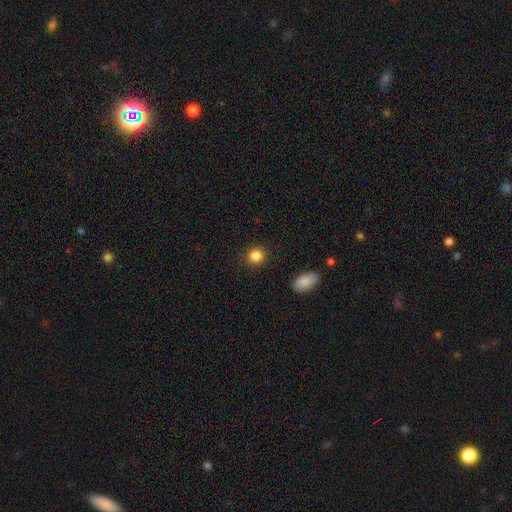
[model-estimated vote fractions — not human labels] smooth-or-featured: smooth: 86% | star or artifact: 10% | featured or disk: 4%
  how-rounded: round: 82% | in between: 17% | cigar-shaped: 1%
  merging: none: 90% | minor disturbance: 6% | major disturbance: 2% | merger: 1%